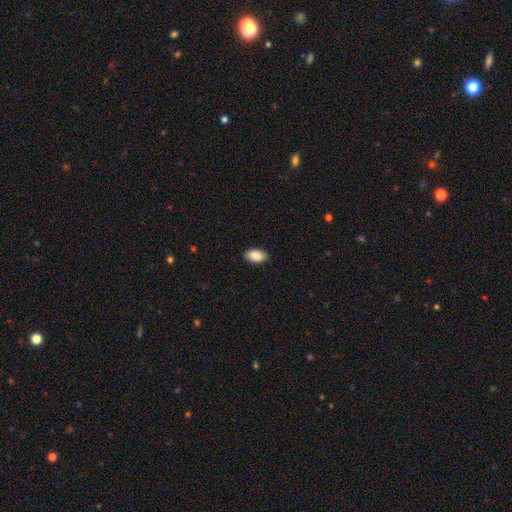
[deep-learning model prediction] Overall: smooth (88%). How rounded: in between (94%). Merging: none (88%).